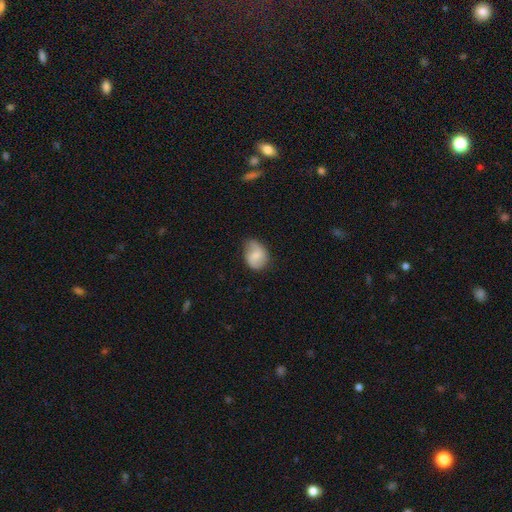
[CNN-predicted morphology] A smooth galaxy with no disk features (56%) that is in between round and cigar-shaped (56%). Merging: none (60%).